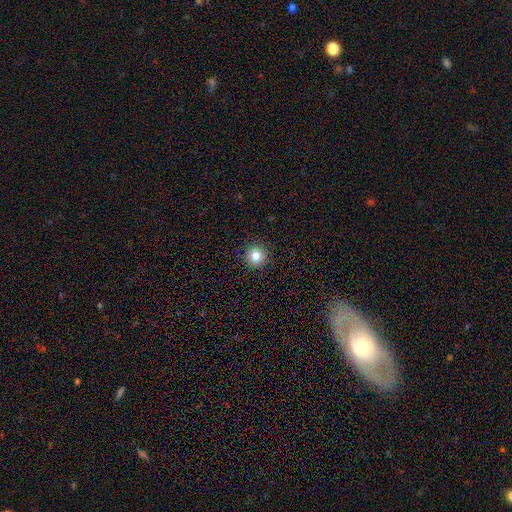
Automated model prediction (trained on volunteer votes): Morphology: type=smooth (82%); roundness=round (96%); merging=none (92%).